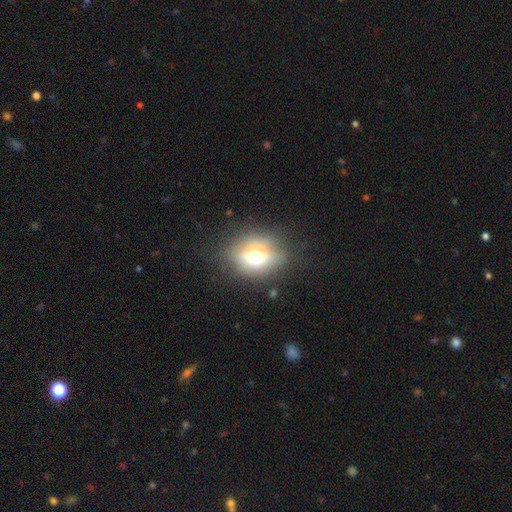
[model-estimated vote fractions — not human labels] Smooth or featured? smooth (54%)
How rounded? round (55%)
Merging? none (72%)